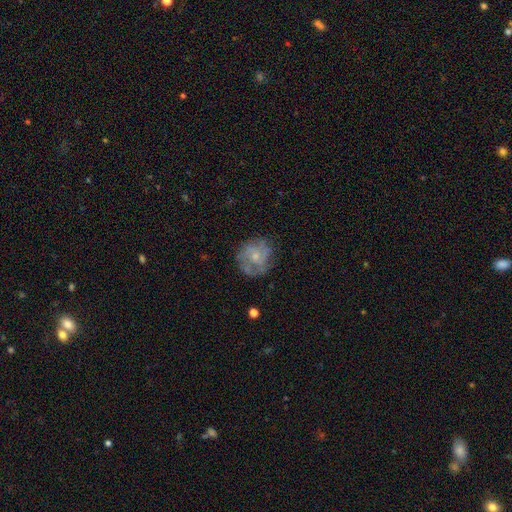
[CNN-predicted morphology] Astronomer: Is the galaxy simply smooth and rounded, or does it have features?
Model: featured or disk — 61%.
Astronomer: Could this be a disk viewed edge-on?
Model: no — 98%.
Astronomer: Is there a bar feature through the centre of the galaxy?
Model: no — 79%.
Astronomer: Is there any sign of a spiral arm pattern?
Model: yes — 66%.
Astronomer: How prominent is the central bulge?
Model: small — 59%.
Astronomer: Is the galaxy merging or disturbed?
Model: none — 66%.